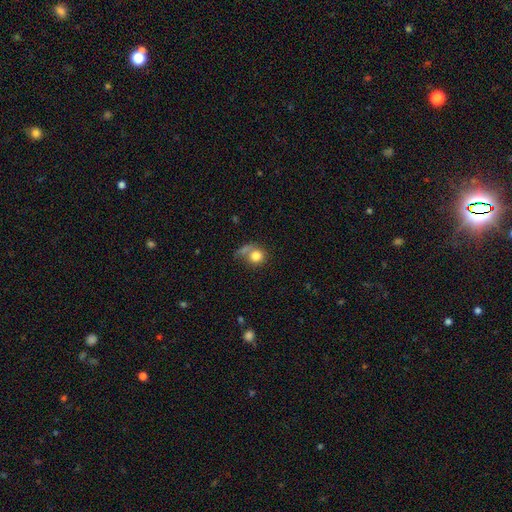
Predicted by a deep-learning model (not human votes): smooth 80%, featured or disk 11%, star or artifact 9%. Down the decision tree: how rounded — round (81%); merging — none (44%).